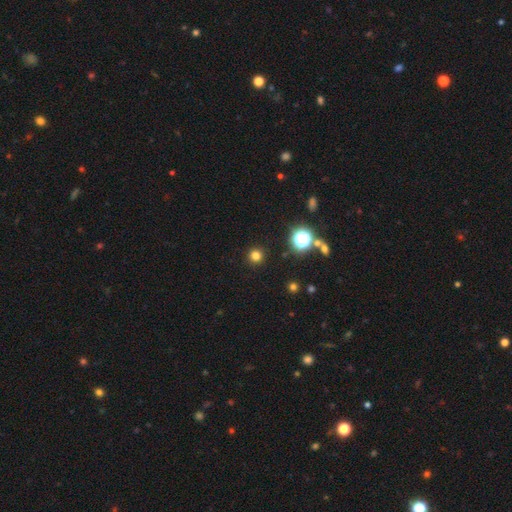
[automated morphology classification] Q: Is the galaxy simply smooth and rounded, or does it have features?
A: smooth — 76%.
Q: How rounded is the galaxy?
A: round — 95%.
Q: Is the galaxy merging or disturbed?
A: none — 92%.